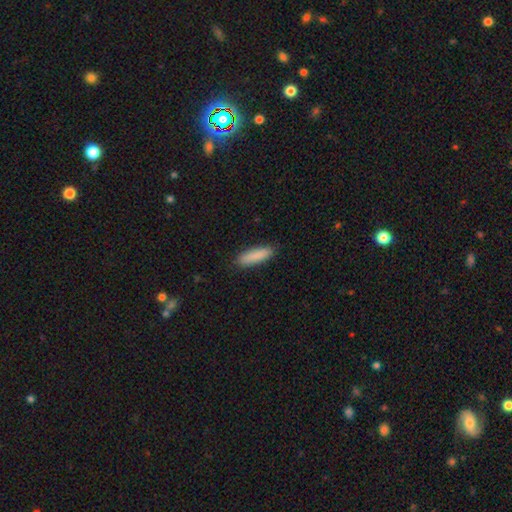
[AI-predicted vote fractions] This appears to be a smooth galaxy with no disk features (88%) that is cigar-shaped (63%). Merging: none (89%).